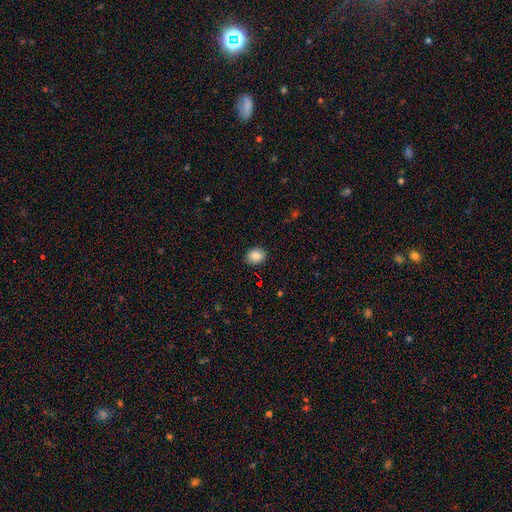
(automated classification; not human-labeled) smooth 85%, star or artifact 9%, featured or disk 7%. Down the decision tree: how rounded — round (50%); merging — none (89%).